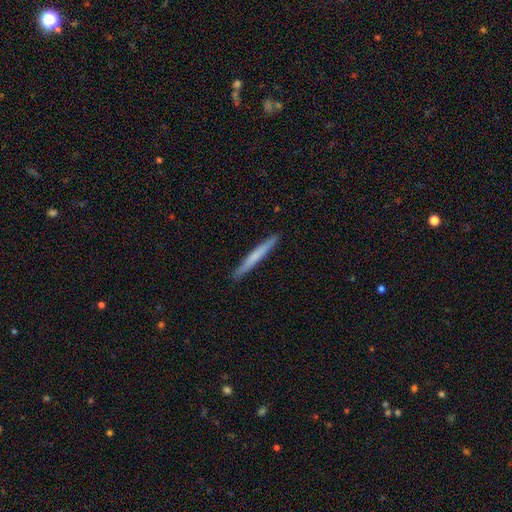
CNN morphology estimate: This appears to be a smooth galaxy with no disk features (62%) that is cigar-shaped (97%). Merging: none (92%).